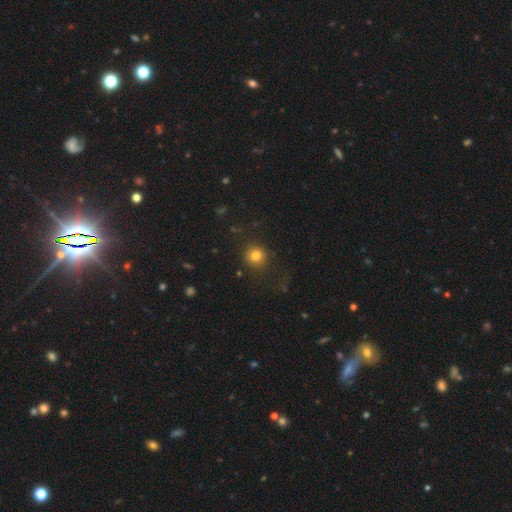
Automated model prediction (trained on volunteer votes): Overall: smooth (81%). How rounded: round (89%). Merging: none (83%).